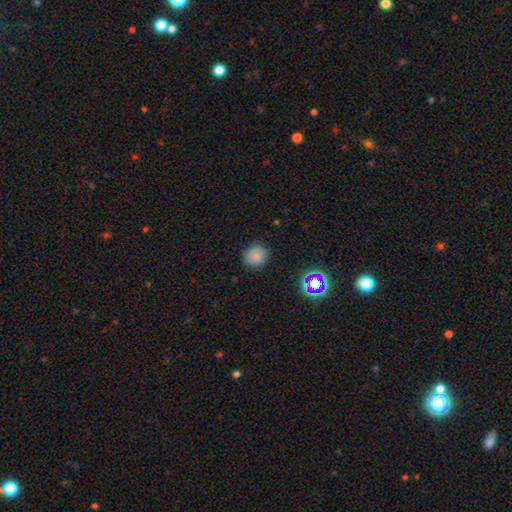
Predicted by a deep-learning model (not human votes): Morphology: type=smooth (78%); roundness=round (79%); merging=none (84%).